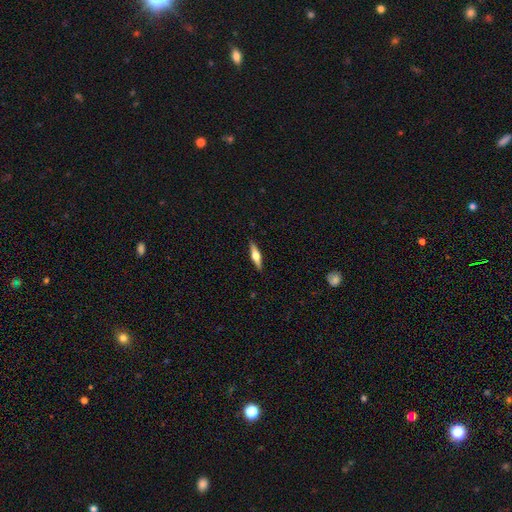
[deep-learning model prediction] Smooth or featured? featured or disk (60%)
Edge-on disk? yes (96%)
Edge-on bulge? rounded (93%)
Merging? none (90%)